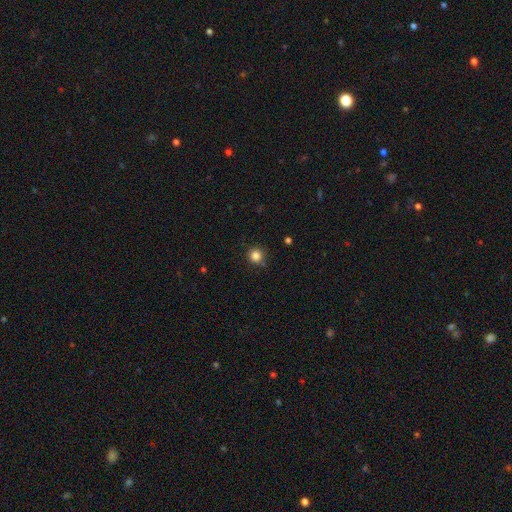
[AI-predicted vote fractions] The model was most divided on "smooth or featured": smooth: 83%, star or artifact: 12%, featured or disk: 4%. More confident: how rounded — round (95%); merging — none (87%).